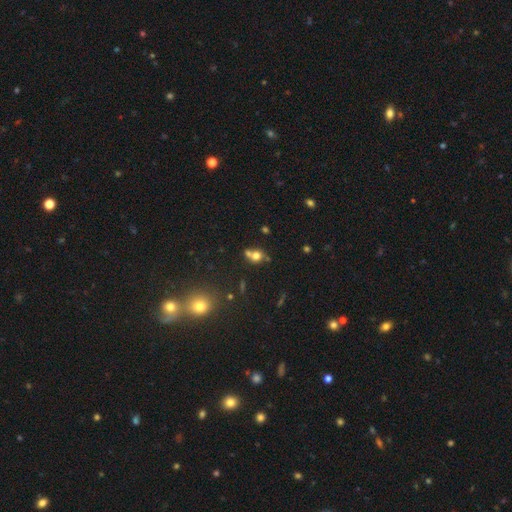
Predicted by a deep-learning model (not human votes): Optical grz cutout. It shows a smooth galaxy with no disk features (68%) that is round (73%). Merging: none (43%).